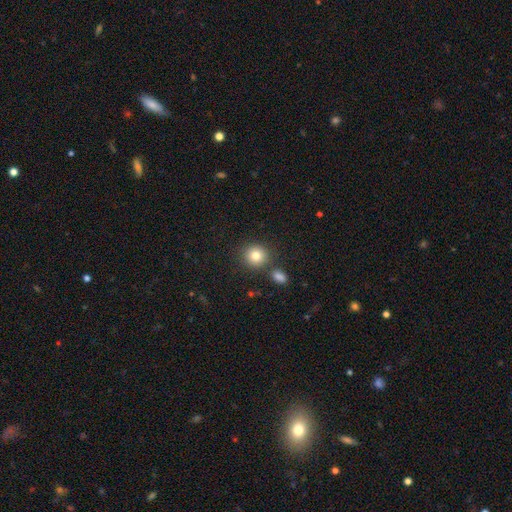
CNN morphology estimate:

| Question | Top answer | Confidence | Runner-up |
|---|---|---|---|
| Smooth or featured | smooth | 82% | star or artifact (10%) |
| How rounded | round | 89% | in between (10%) |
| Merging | none | 80% | merger (9%) |